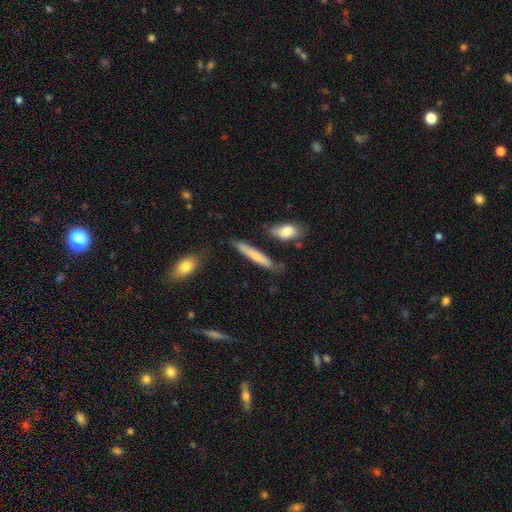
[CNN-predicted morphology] Q: Smooth or featured?
A: smooth (68%); runner-up: featured or disk (26%)
Q: How rounded?
A: cigar-shaped (91%); runner-up: in between (7%)
Q: Merging?
A: none (80%); runner-up: minor disturbance (13%)